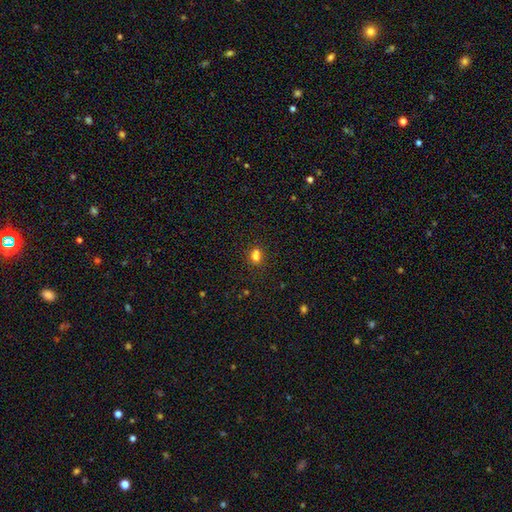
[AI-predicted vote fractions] This is likely a smooth galaxy (75%). How rounded: possibly in between (54%). Merging: likely none (64%).